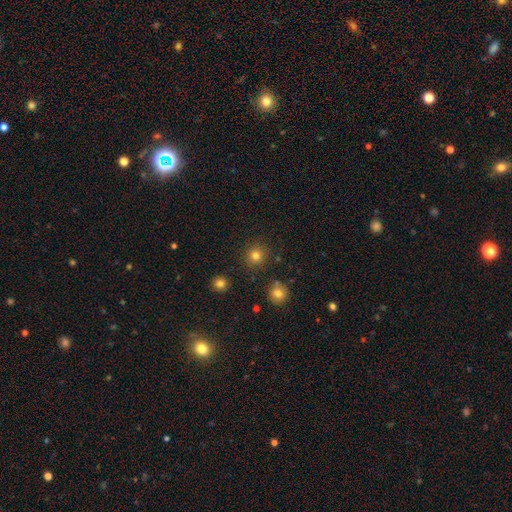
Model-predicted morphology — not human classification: Q: Smooth or featured?
A: smooth (80%); runner-up: star or artifact (15%)
Q: How rounded?
A: round (92%); runner-up: in between (7%)
Q: Merging?
A: none (88%); runner-up: minor disturbance (7%)